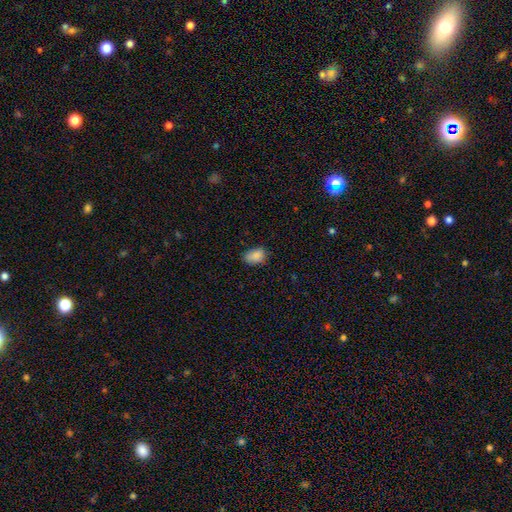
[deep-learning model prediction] This is clearly a smooth galaxy (86%). How rounded: clearly in between (85%). Merging: likely none (69%).